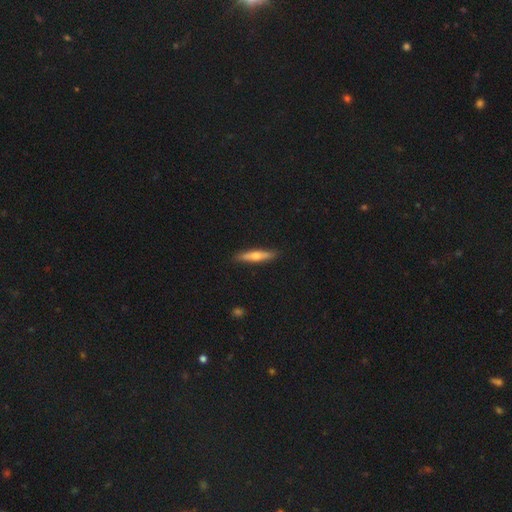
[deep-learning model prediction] This appears to be a smooth galaxy with no disk features (51%) that is cigar-shaped (83%). Merging: none (89%).